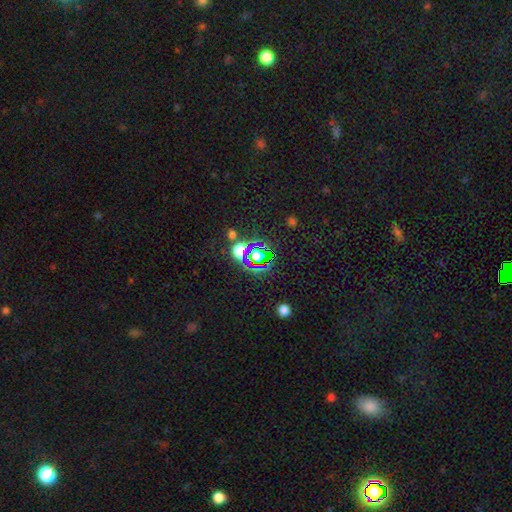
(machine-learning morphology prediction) Q: Smooth or featured?
A: star or artifact (67%); runner-up: smooth (23%)